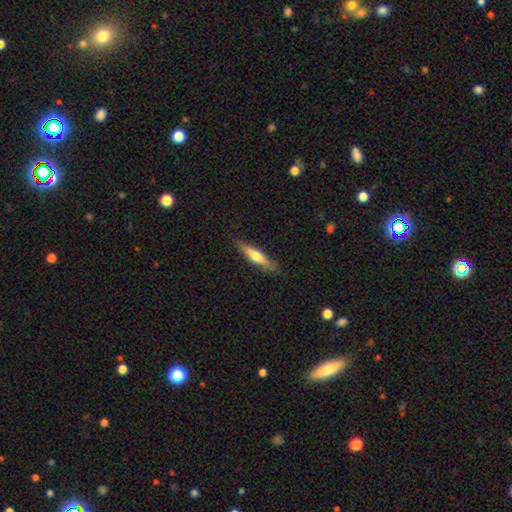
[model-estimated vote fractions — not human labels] This appears to be a smooth galaxy with no disk features (56%) that is cigar-shaped (80%). Merging: none (83%).